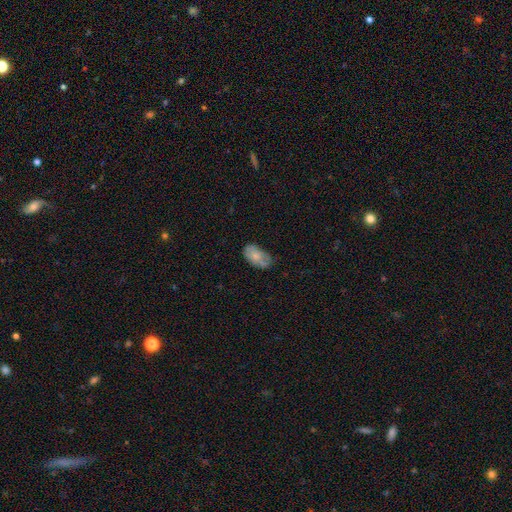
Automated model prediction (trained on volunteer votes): Smooth or featured: smooth — 70% (featured or disk — 23%)
How rounded: in between — 93% (round — 5%)
Merging: none — 53% (minor disturbance — 33%)